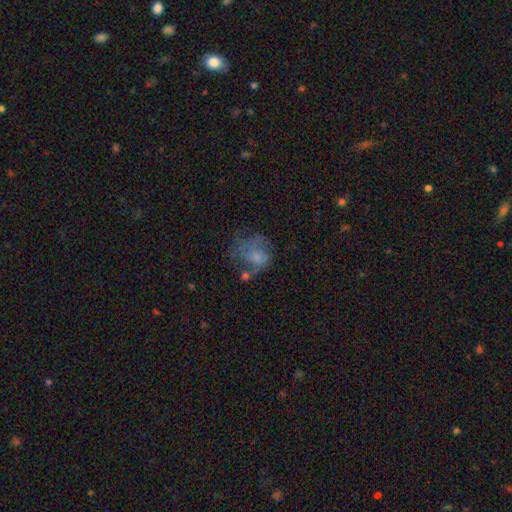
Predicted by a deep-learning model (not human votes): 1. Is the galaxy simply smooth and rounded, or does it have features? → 44% smooth, 42% featured or disk, 14% star or artifact.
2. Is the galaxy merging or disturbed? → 38% major disturbance, 34% none, 20% minor disturbance, 8% merger.